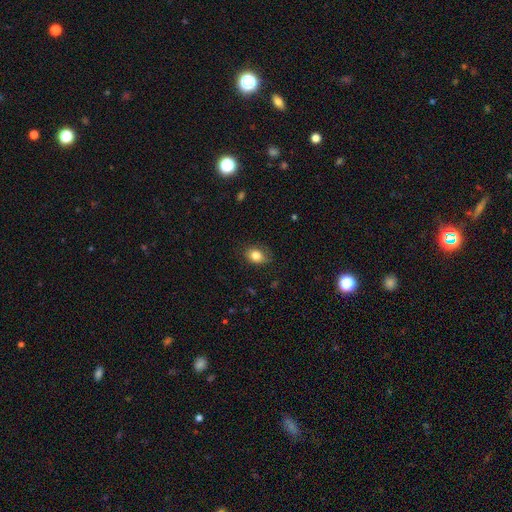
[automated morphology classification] This appears to be a smooth galaxy with no disk features (82%) that is in between round and cigar-shaped (71%). Merging: none (76%).